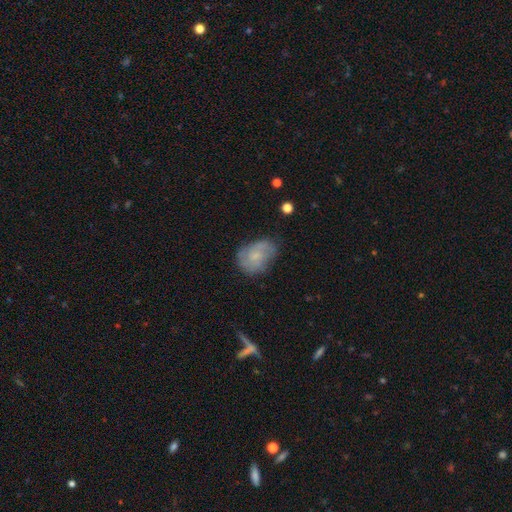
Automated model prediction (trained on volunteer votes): Smooth or featured: smooth — 46% (featured or disk — 45%)
Merging: none — 62% (minor disturbance — 27%)